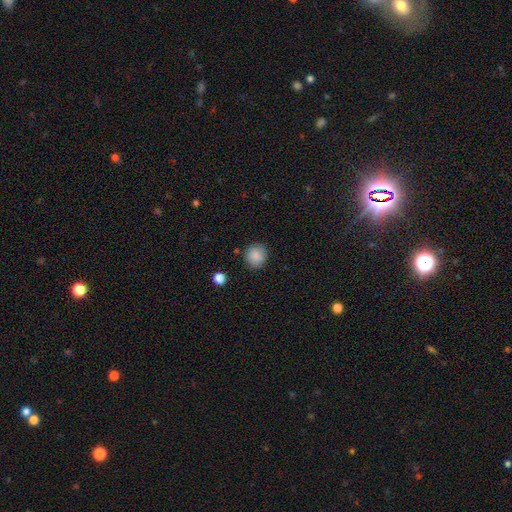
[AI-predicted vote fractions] smooth_or_featured: smooth (p=0.87) [alt: star or artifact p=0.09]
how_rounded: round (p=0.87) [alt: in between p=0.12]
merging: none (p=0.85) [alt: minor disturbance p=0.10]